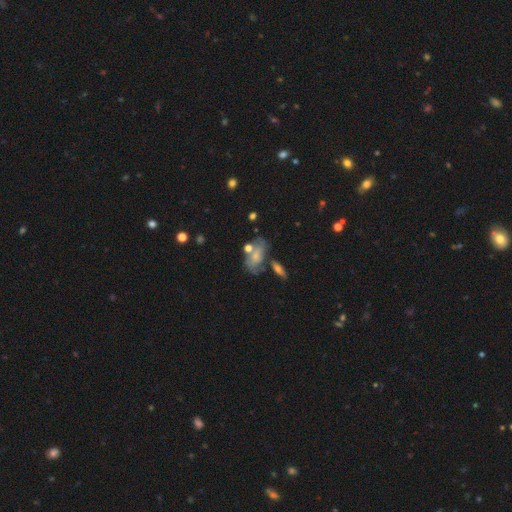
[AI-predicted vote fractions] Smooth or featured? Predicted: featured or disk (p=0.47). Merging? Predicted: none (p=0.44).